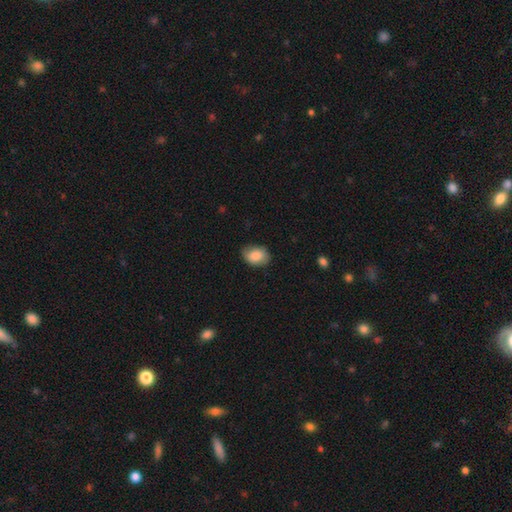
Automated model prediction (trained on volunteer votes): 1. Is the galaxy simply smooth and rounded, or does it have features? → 85% smooth, 8% featured or disk, 7% star or artifact.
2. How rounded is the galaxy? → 76% in between, 23% round, 1% cigar-shaped.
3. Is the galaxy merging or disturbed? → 78% none, 17% minor disturbance, 3% major disturbance, 1% merger.